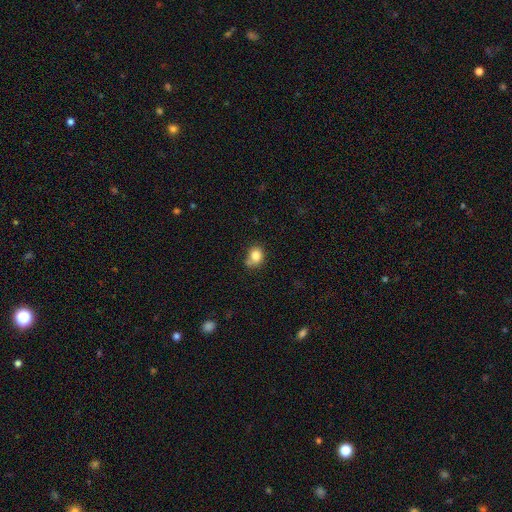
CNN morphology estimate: Smooth or featured: smooth — 82% (star or artifact — 10%)
How rounded: round — 66% (in between — 33%)
Merging: none — 62% (minor disturbance — 19%)